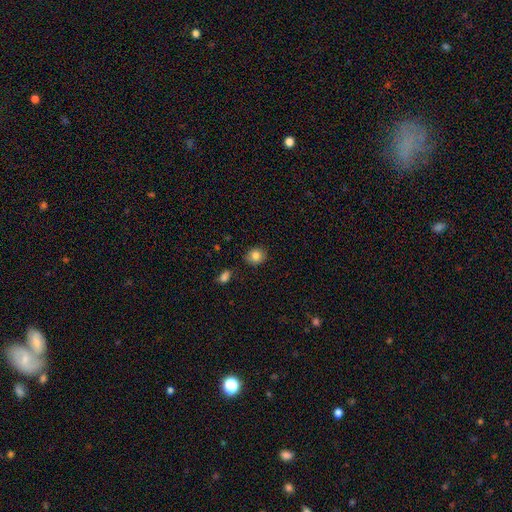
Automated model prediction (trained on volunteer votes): smooth 83%, star or artifact 10%, featured or disk 7%. Down the decision tree: how rounded — round (68%); merging — none (84%).